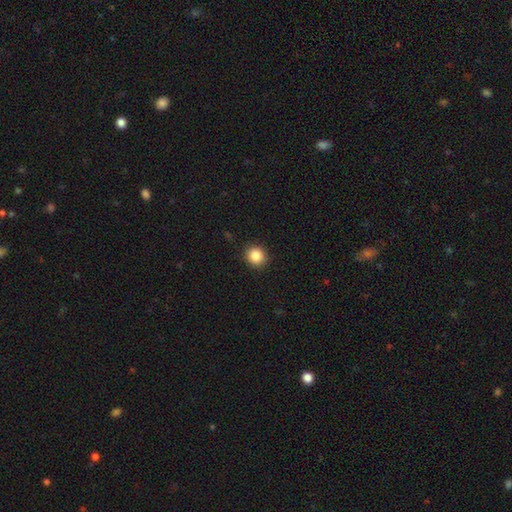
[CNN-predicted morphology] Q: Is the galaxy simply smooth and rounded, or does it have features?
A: smooth — 86%.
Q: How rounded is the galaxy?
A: round — 88%.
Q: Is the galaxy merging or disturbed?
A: none — 90%.